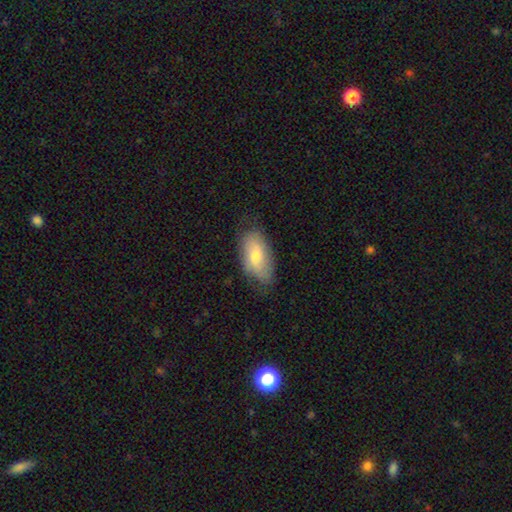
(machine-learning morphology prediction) smooth-or-featured: smooth: 67% | featured or disk: 27% | star or artifact: 6%
  how-rounded: in between: 92% | cigar-shaped: 4% | round: 4%
  merging: none: 70% | minor disturbance: 24% | major disturbance: 6% | merger: 1%